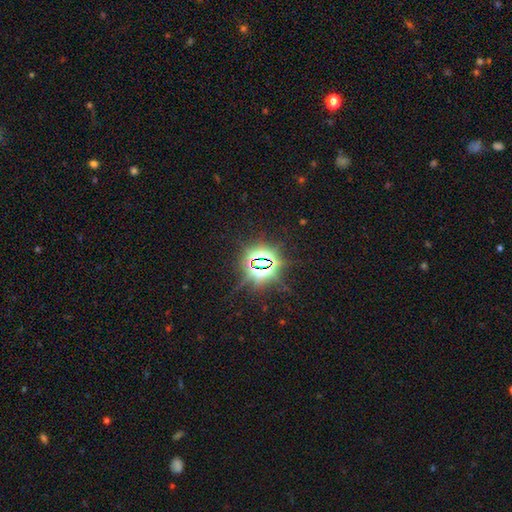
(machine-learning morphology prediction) smooth-or-featured: star or artifact: 84% | smooth: 9% | featured or disk: 7%